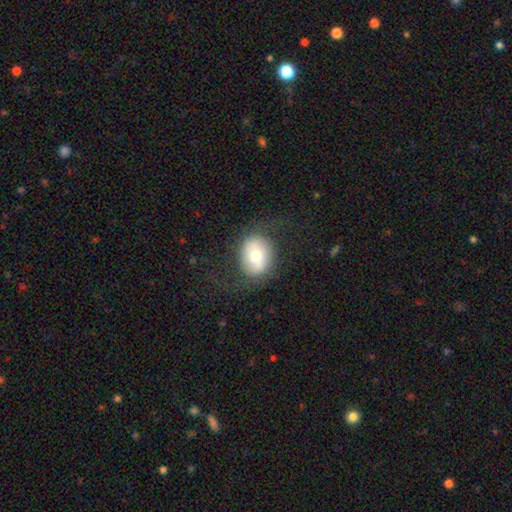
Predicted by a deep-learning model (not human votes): smooth 57%, featured or disk 35%, star or artifact 9%. Down the decision tree: how rounded — round (54%); merging — none (68%).